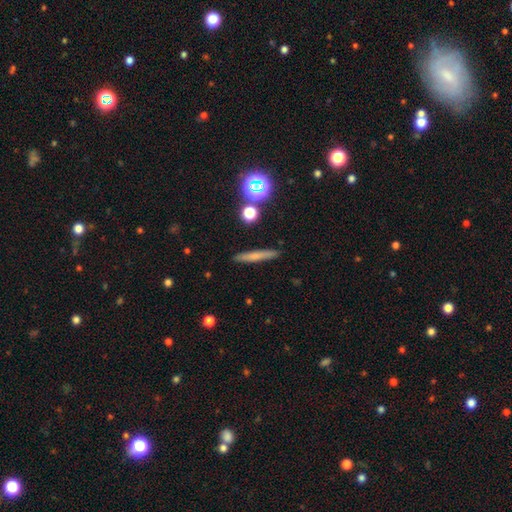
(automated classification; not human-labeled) A smooth galaxy with no disk features (61%) that is cigar-shaped (90%). Merging: none (89%).